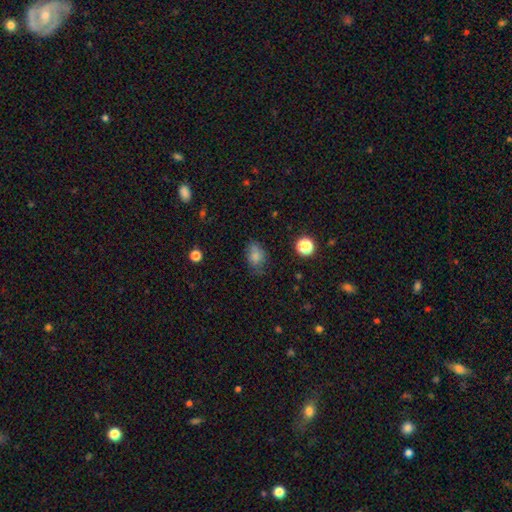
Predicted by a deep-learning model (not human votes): This appears to be a smooth galaxy with no disk features (79%) that is in between round and cigar-shaped (70%). Merging: none (64%).